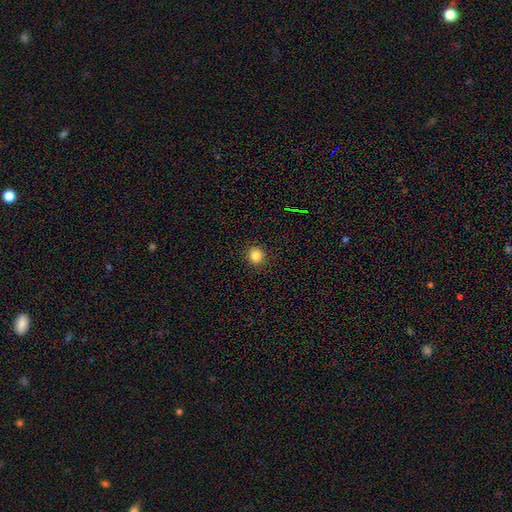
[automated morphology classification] Smooth or featured? smooth (84%)
How rounded? round (92%)
Merging? none (92%)